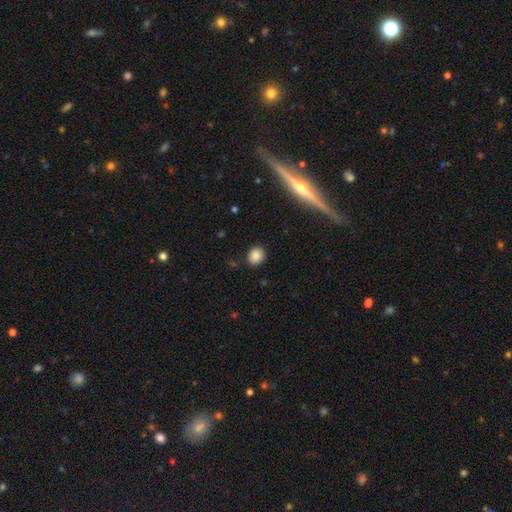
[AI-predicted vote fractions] A smooth galaxy with no disk features (85%) that is round (68%).

Vote fractions:
- Smooth or featured? smooth: 85% / star or artifact: 10% / featured or disk: 6%
- How rounded? round: 68% / in between: 30% / cigar-shaped: 1%
- Merging? none: 86% / minor disturbance: 10% / major disturbance: 2% / merger: 2%